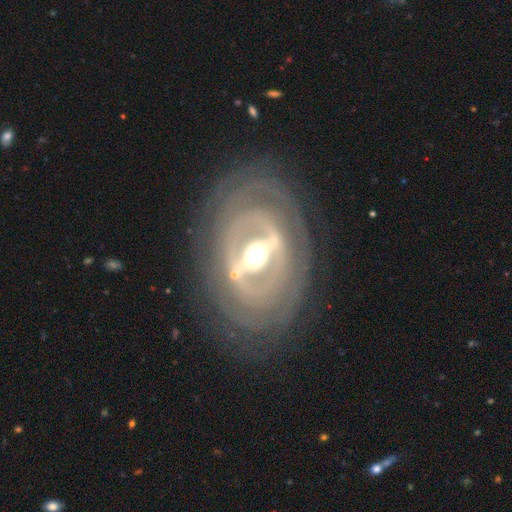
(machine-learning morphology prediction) Smooth or featured? Predicted: featured or disk (p=0.87). Edge-on disk? Predicted: no (p=0.92). Bar? Predicted: strong (p=0.67). Spiral arms? Predicted: yes (p=0.66). Spiral winding? Predicted: tight (p=0.73). Spiral arm count? Predicted: can't tell (p=0.44). Bulge size? Predicted: moderate (p=0.70). Merging? Predicted: none (p=0.79).